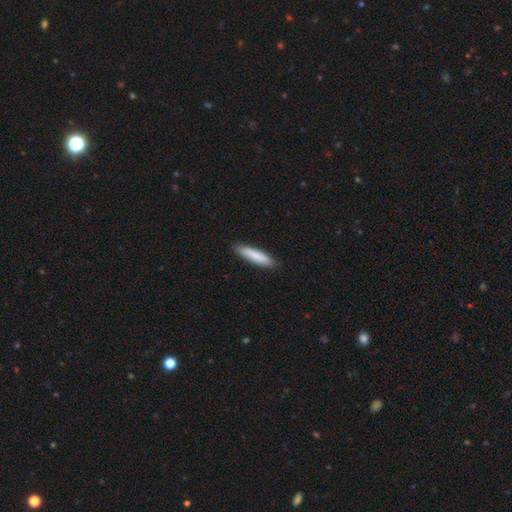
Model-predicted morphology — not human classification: smooth-or-featured: smooth: 83% | featured or disk: 12% | star or artifact: 5%
  how-rounded: cigar-shaped: 80% | in between: 19% | round: 1%
  merging: none: 88% | minor disturbance: 10% | major disturbance: 2% | merger: 1%